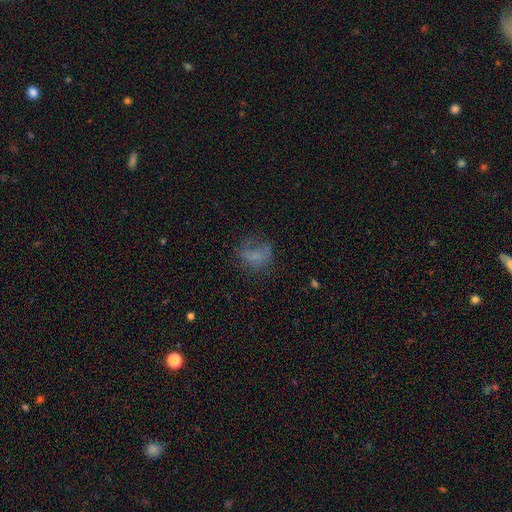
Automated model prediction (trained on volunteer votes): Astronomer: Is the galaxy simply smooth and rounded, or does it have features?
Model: smooth — 61%.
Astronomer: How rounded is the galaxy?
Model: round — 52% (runner-up: in between, 46%).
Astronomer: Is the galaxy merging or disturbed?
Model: none — 52%.